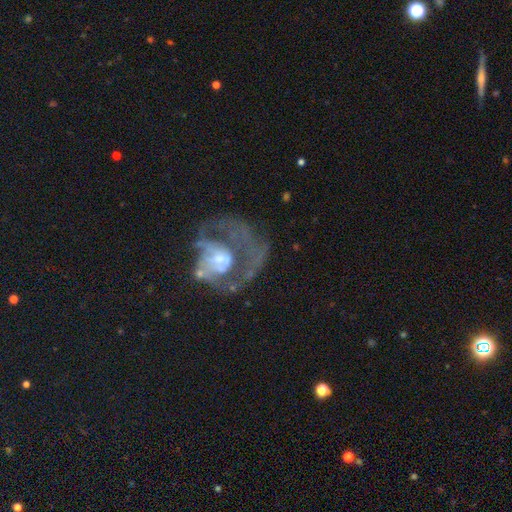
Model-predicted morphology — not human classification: type=featured or disk (70%); edge-on=no (97%); bar=no (80%); spiral arms=yes (56%); bulge=moderate (41%); merging=major disturbance (45%).